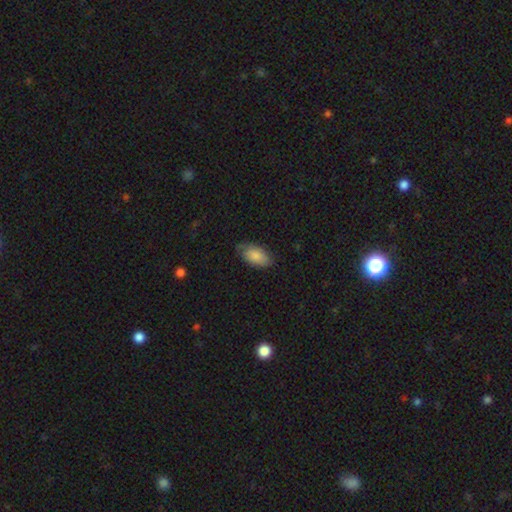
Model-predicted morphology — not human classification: This is clearly a smooth galaxy (80%). How rounded: clearly in between (94%). Merging: likely none (67%).